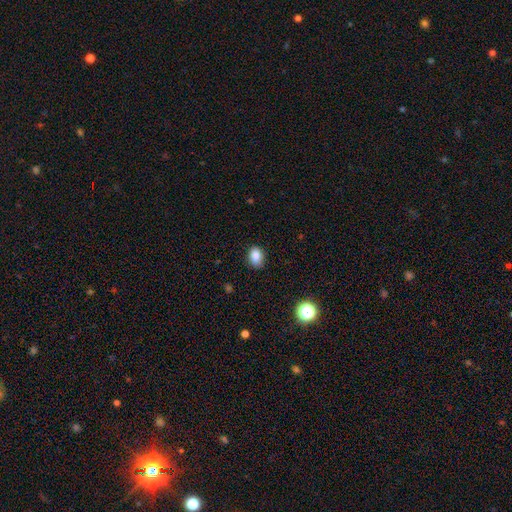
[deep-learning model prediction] Q: Smooth or featured?
A: smooth (86%); runner-up: star or artifact (9%)
Q: How rounded?
A: in between (76%); runner-up: round (23%)
Q: Merging?
A: none (82%); runner-up: minor disturbance (15%)